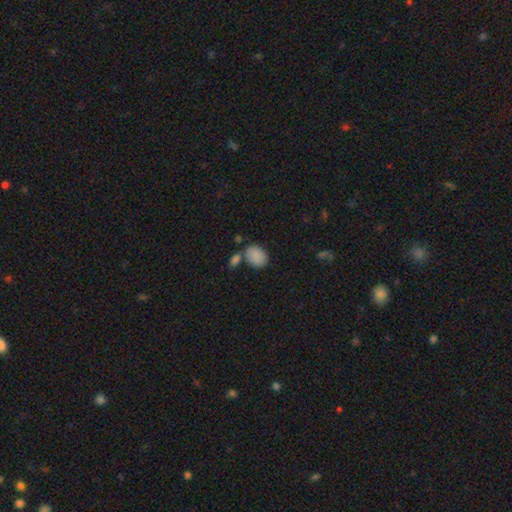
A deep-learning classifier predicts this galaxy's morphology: A smooth galaxy with no disk features (87%) that is in between round and cigar-shaped (77%).

Vote fractions:
- Smooth or featured? smooth: 87% / star or artifact: 8% / featured or disk: 5%
- How rounded? in between: 77% / round: 21% / cigar-shaped: 1%
- Merging? none: 57% / merger: 23% / minor disturbance: 15% / major disturbance: 5%